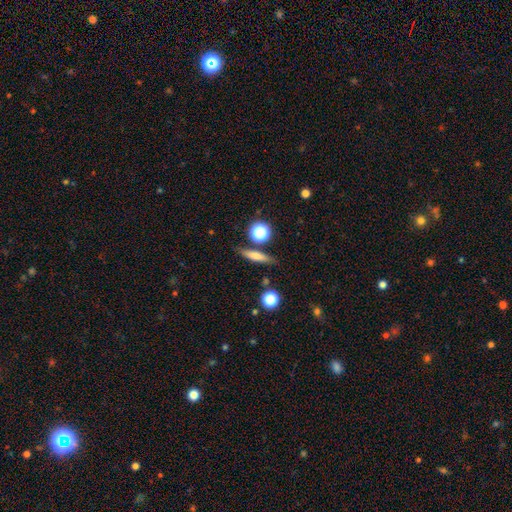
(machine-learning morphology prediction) smooth_or_featured: smooth (p=0.58) [alt: featured or disk p=0.32]
how_rounded: cigar-shaped (p=0.75) [alt: in between p=0.16]
merging: none (p=0.82) [alt: minor disturbance p=0.10]